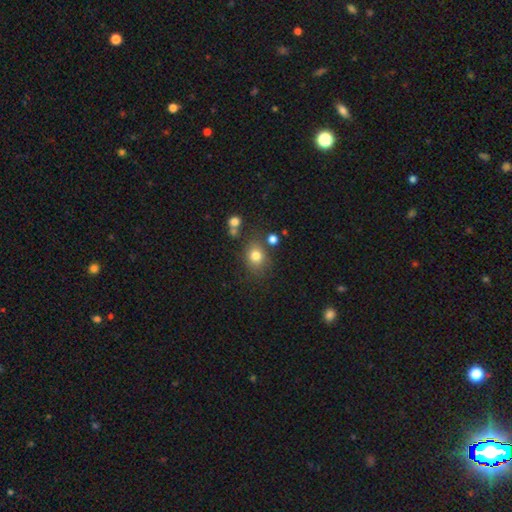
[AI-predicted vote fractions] smooth 78%, star or artifact 13%, featured or disk 9%. Down the decision tree: how rounded — round (57%); merging — none (71%).